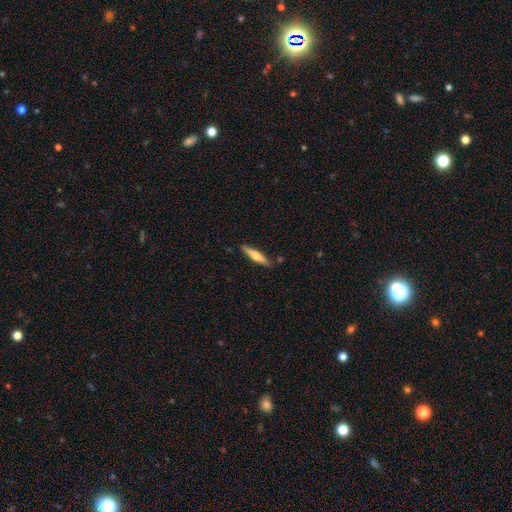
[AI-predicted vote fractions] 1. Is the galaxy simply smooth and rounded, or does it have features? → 51% smooth, 44% featured or disk, 5% star or artifact.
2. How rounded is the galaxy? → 85% cigar-shaped, 13% in between, 2% round.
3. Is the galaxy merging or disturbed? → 85% none, 11% minor disturbance, 3% merger, 2% major disturbance.